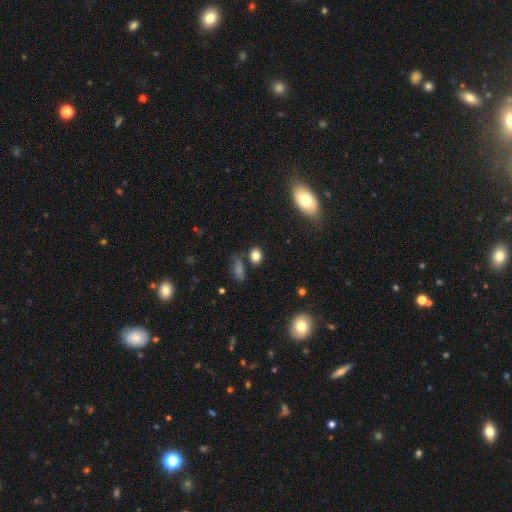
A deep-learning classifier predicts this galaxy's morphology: The model was most divided on "how rounded": in between: 52%, round: 46%, cigar-shaped: 3%. More confident: smooth or featured — smooth (82%); merging — none (76%).